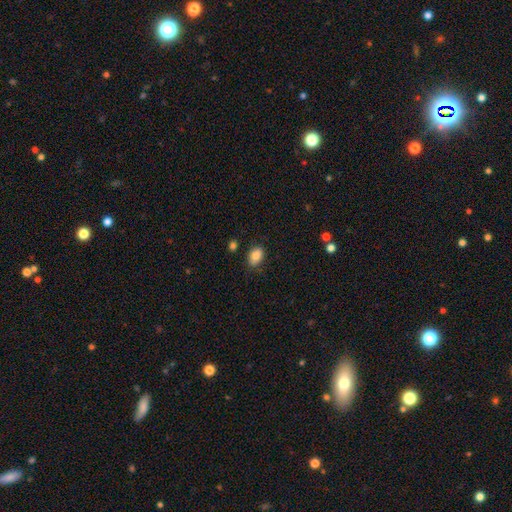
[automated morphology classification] Q: Smooth or featured?
A: smooth (84%); runner-up: star or artifact (8%)
Q: How rounded?
A: in between (85%); runner-up: round (14%)
Q: Merging?
A: none (81%); runner-up: minor disturbance (13%)